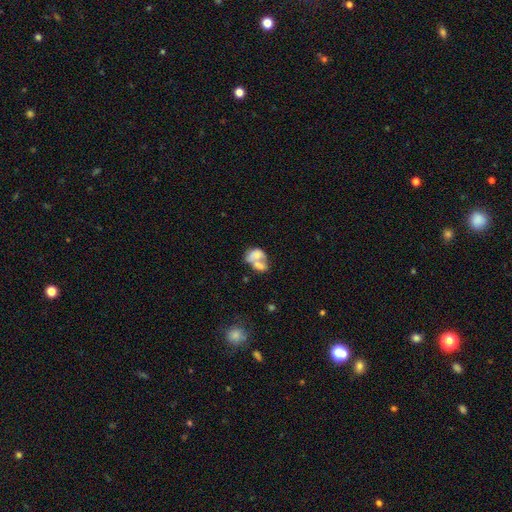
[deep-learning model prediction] A smooth galaxy with no disk features (57%) that is in between round and cigar-shaped (77%).

Vote fractions:
- Smooth or featured? smooth: 57% / featured or disk: 34% / star or artifact: 9%
- How rounded? in between: 77% / round: 21% / cigar-shaped: 2%
- Merging? merger: 68% / none: 14% / major disturbance: 10% / minor disturbance: 9%